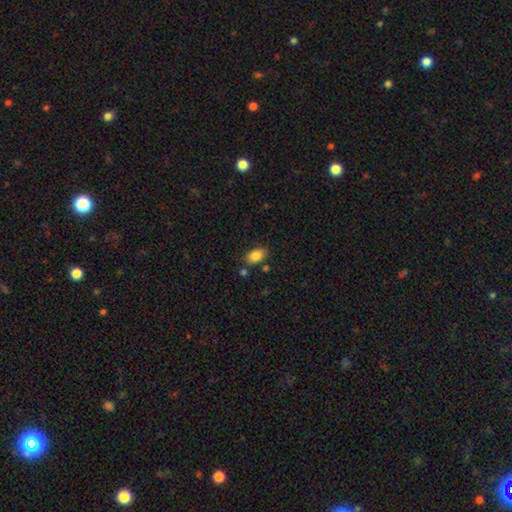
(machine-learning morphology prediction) Smooth or featured? smooth (86%)
How rounded? in between (88%)
Merging? none (79%)